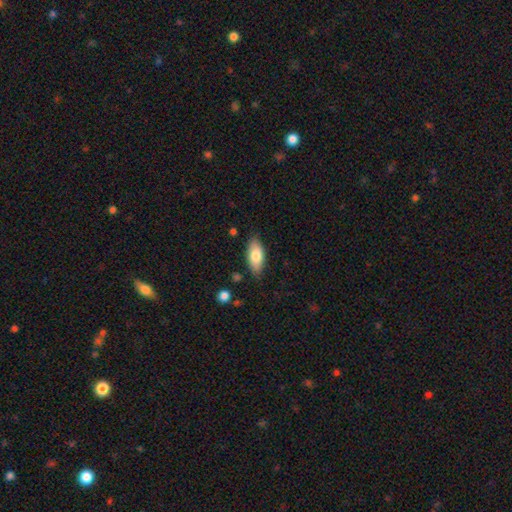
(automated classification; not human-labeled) A smooth galaxy with no disk features (78%) that is in between round and cigar-shaped (86%).

Vote fractions:
- Smooth or featured? smooth: 78% / featured or disk: 16% / star or artifact: 6%
- How rounded? in between: 86% / cigar-shaped: 11% / round: 2%
- Merging? none: 84% / minor disturbance: 12% / major disturbance: 2% / merger: 2%